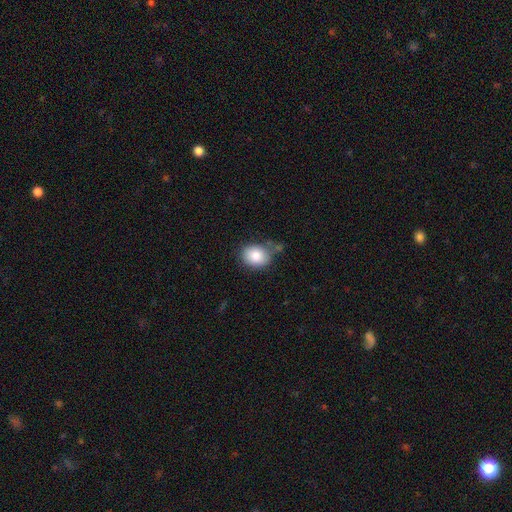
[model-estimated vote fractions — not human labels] Q: Smooth or featured?
A: smooth (82%); runner-up: featured or disk (10%)
Q: How rounded?
A: round (52%); runner-up: in between (47%)
Q: Merging?
A: none (65%); runner-up: minor disturbance (21%)